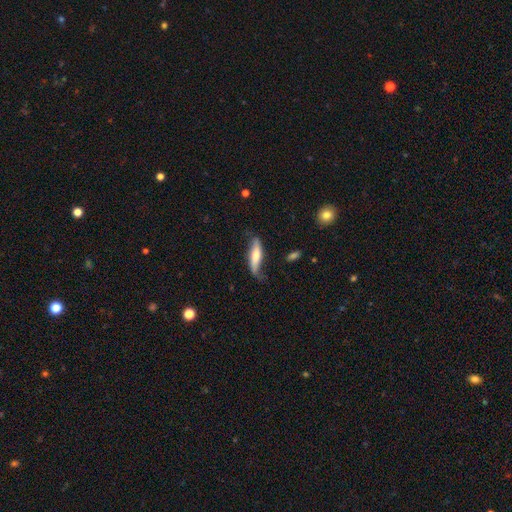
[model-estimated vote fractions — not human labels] Morphology: type=featured or disk (50%); edge-on=no (57%); merging=none (52%).